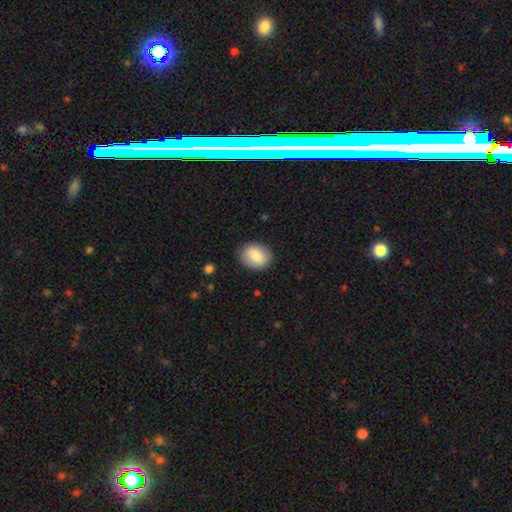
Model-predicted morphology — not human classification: This appears to be a smooth galaxy with no disk features (79%) that is round (56%). Merging: none (88%).